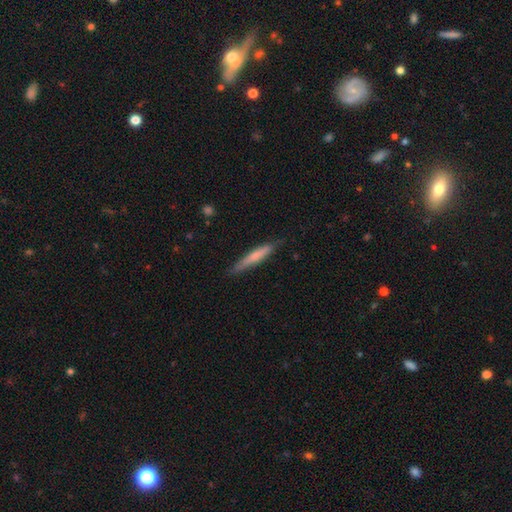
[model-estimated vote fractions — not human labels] smooth-or-featured: smooth: 63% | featured or disk: 31% | star or artifact: 5%
  how-rounded: cigar-shaped: 94% | in between: 5% | round: 1%
  merging: none: 82% | minor disturbance: 15% | major disturbance: 2% | merger: 1%